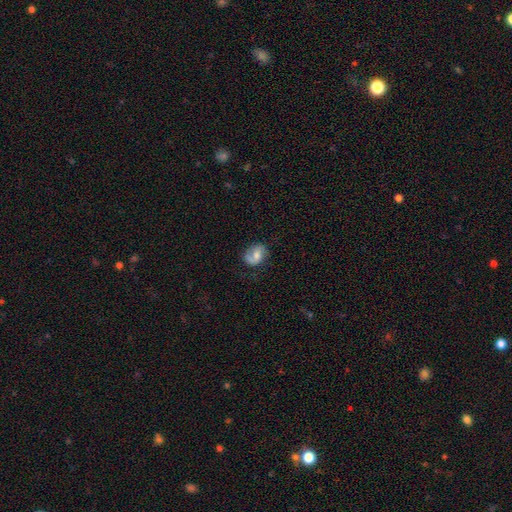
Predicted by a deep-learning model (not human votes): A featured or disk galaxy (49%).

Vote fractions:
- Smooth or featured? featured or disk: 49% / smooth: 43% / star or artifact: 8%
- Merging? none: 63% / minor disturbance: 24% / major disturbance: 11% / merger: 2%